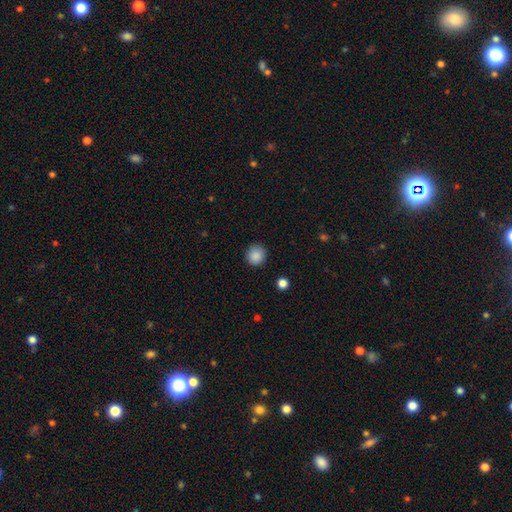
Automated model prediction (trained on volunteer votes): smooth_or_featured: smooth (p=0.88) [alt: star or artifact p=0.09]
how_rounded: round (p=0.92) [alt: in between p=0.07]
merging: none (p=0.90) [alt: minor disturbance p=0.07]